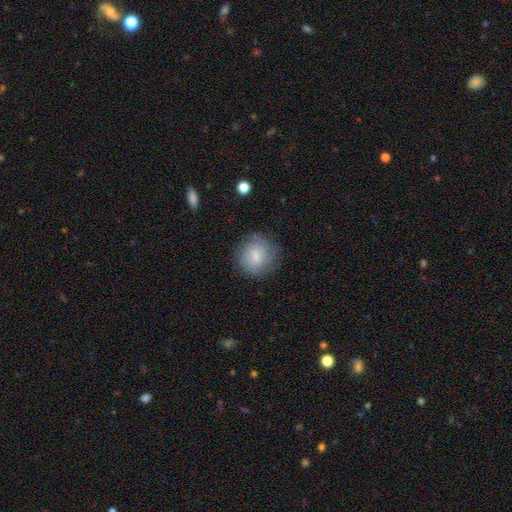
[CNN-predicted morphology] This is likely a smooth galaxy (74%). How rounded: clearly round (88%). Merging: likely none (79%).